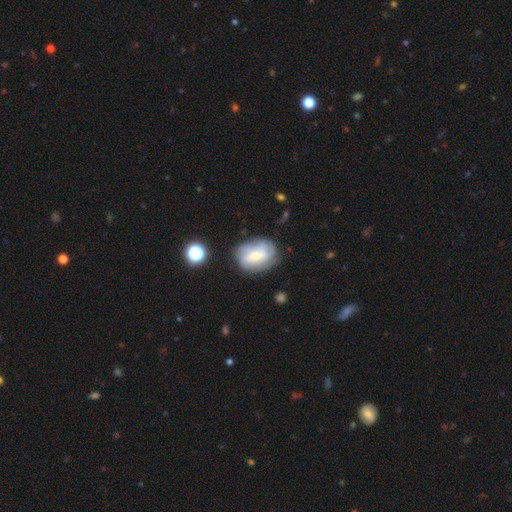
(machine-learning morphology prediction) Smooth or featured?
  - featured or disk: 62% *
  - smooth: 29%
  - star or artifact: 8%
Edge-on disk?
  - no: 96% *
  - yes: 4%
Bar?
  - no: 58% *
  - weak: 35%
  - strong: 8%
Spiral arms?
  - yes: 85% *
  - no: 15%
Spiral winding?
  - tight: 46% *
  - medium: 36%
  - loose: 18%
Spiral arm count?
  - can't tell: 42% *
  - 3: 18%
  - 4: 17%
  - 2: 13%
  - more than 4: 5%
  - 1: 4%
Bulge size?
  - small: 62% *
  - moderate: 32%
  - large: 3%
  - none: 2%
  - dominant: 1%
Merging?
  - none: 69% *
  - minor disturbance: 20%
  - major disturbance: 9%
  - merger: 2%